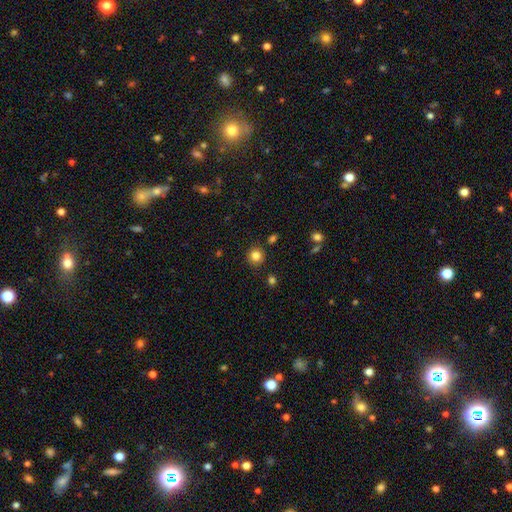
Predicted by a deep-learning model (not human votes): A smooth galaxy with no disk features (83%) that is round (91%).

Vote fractions:
- Smooth or featured? smooth: 83% / star or artifact: 12% / featured or disk: 5%
- How rounded? round: 91% / in between: 8% / cigar-shaped: 1%
- Merging? none: 88% / minor disturbance: 7% / merger: 3% / major disturbance: 2%